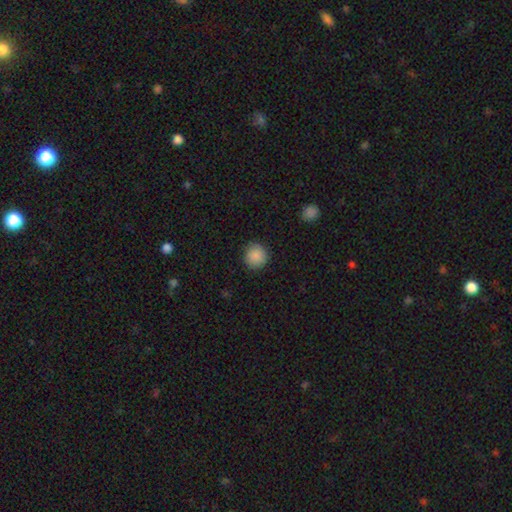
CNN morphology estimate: This appears to be a smooth galaxy with no disk features (88%) that is round (93%). Merging: none (89%).